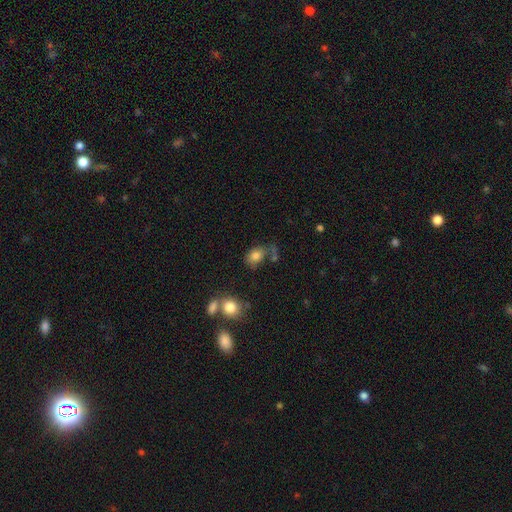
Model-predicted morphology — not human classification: Overall: smooth (80%). How rounded: in between (69%; round 29%). Merging: none (50%; minor disturbance 21%).